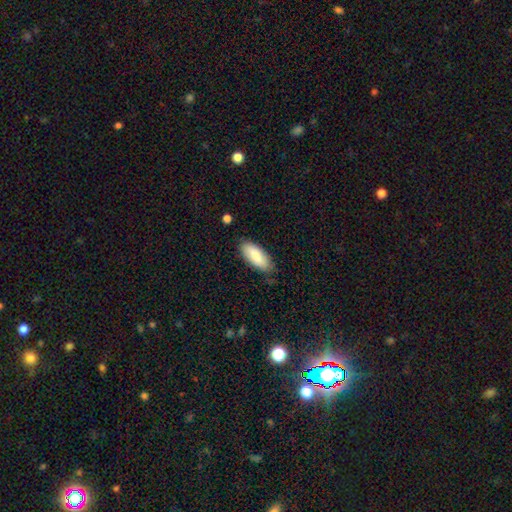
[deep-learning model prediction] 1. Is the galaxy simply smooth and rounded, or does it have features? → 82% smooth, 12% featured or disk, 6% star or artifact.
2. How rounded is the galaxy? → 85% in between, 13% cigar-shaped, 2% round.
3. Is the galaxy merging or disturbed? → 81% none, 15% minor disturbance, 3% major disturbance, 2% merger.